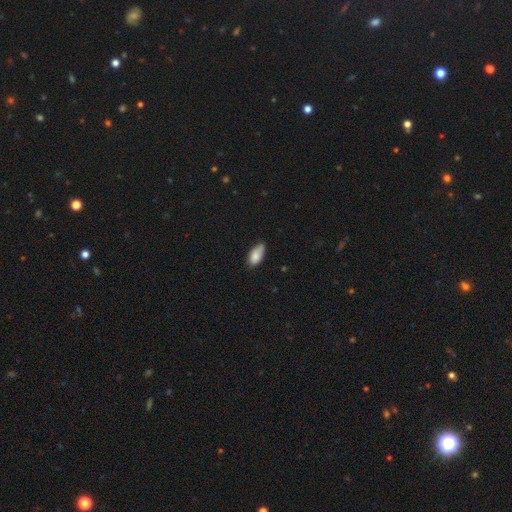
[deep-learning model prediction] Smooth or featured: smooth — 85% (featured or disk — 9%)
How rounded: in between — 91% (cigar-shaped — 7%)
Merging: none — 62% (minor disturbance — 32%)